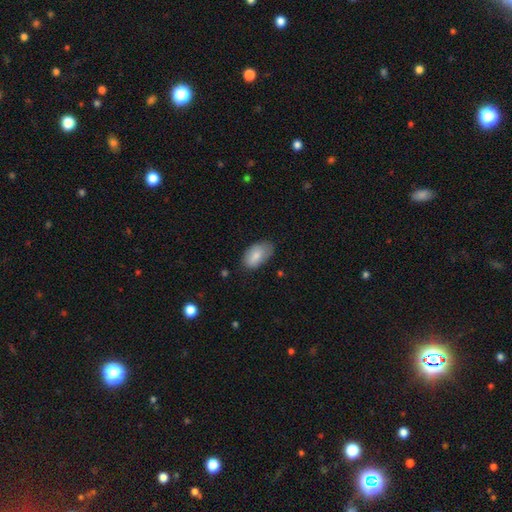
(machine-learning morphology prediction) Q: Smooth or featured?
A: smooth (80%); runner-up: featured or disk (13%)
Q: How rounded?
A: in between (94%); runner-up: round (4%)
Q: Merging?
A: none (68%); runner-up: minor disturbance (26%)